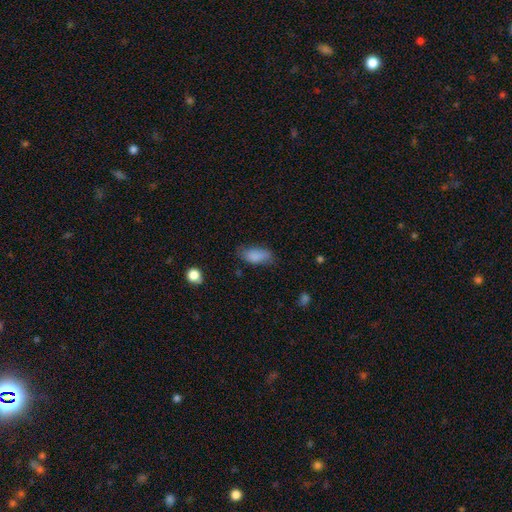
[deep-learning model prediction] Smooth or featured? smooth (86%)
How rounded? in between (89%)
Merging? none (66%)